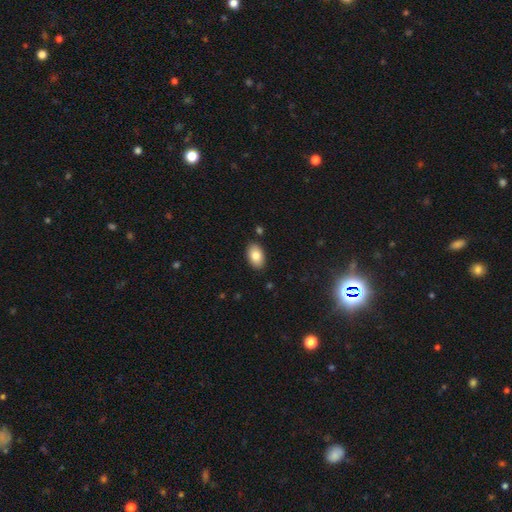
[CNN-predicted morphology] This is clearly a smooth galaxy (83%). How rounded: clearly in between (91%). Merging: clearly none (87%).